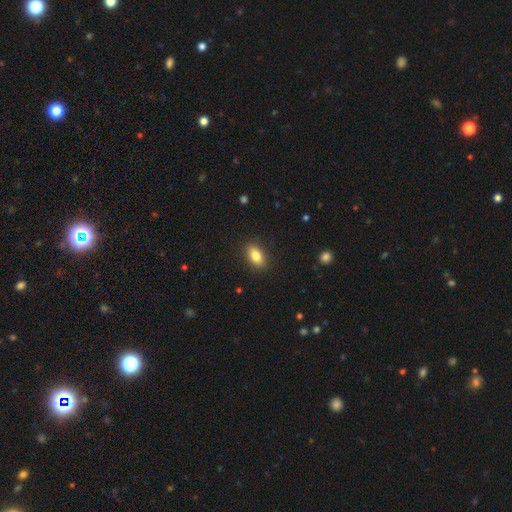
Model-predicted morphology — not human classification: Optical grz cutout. It shows a smooth galaxy with no disk features (83%) that is in between round and cigar-shaped (87%). Merging: none (88%).